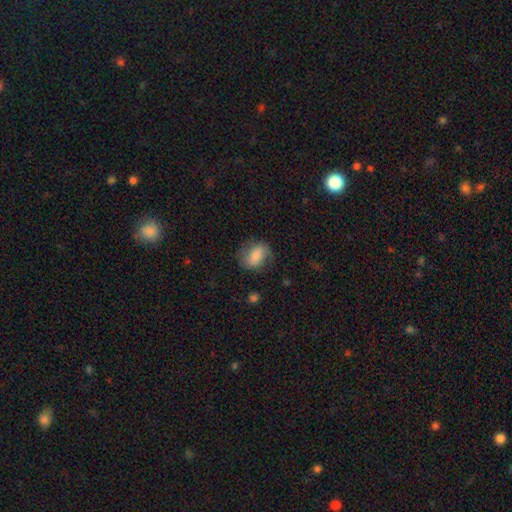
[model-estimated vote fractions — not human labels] A smooth galaxy with no disk features (67%) that is in between round and cigar-shaped (63%).

Vote fractions:
- Smooth or featured? smooth: 67% / featured or disk: 25% / star or artifact: 8%
- How rounded? in between: 63% / round: 36% / cigar-shaped: 2%
- Merging? none: 72% / minor disturbance: 19% / major disturbance: 8% / merger: 1%